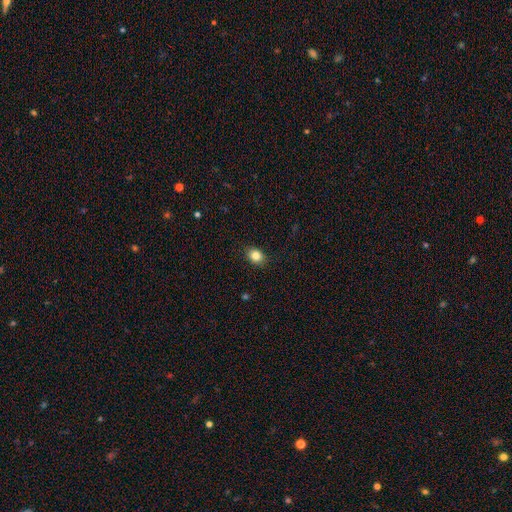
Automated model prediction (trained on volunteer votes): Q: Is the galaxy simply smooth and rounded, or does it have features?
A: smooth — 84%.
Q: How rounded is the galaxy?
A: in between — 50%.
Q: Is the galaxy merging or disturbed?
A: none — 88%.